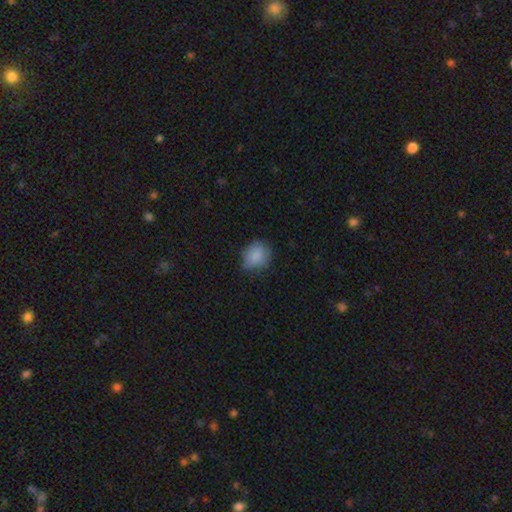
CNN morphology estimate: Smooth or featured: smooth — 85% (featured or disk — 8%)
How rounded: round — 61% (in between — 38%)
Merging: none — 66% (minor disturbance — 27%)